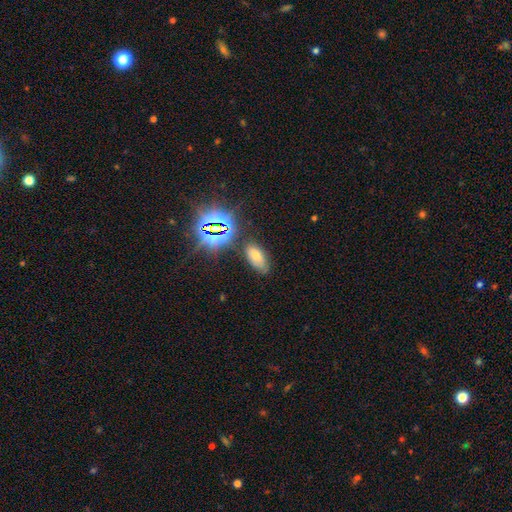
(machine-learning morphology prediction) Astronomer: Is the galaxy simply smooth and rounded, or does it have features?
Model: smooth — 52% (runner-up: star or artifact, 34%).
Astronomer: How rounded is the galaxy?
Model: in between — 90%.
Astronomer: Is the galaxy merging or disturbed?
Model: none — 77%.